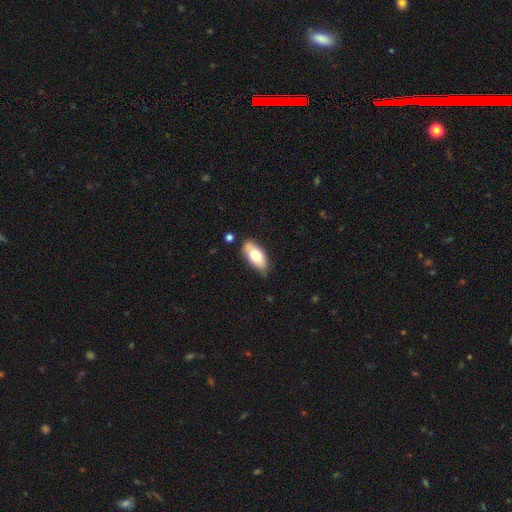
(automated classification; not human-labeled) Overall: smooth (72%). How rounded: in between (89%). Merging: none (69%).